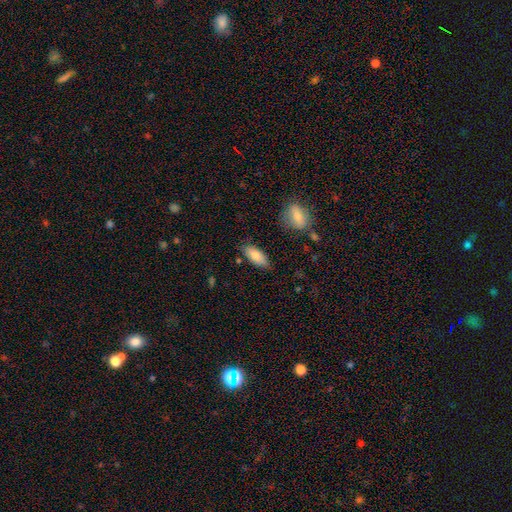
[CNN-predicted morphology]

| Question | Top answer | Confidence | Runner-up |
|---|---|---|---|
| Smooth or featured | smooth | 83% | featured or disk (11%) |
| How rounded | in between | 83% | cigar-shaped (15%) |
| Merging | none | 79% | minor disturbance (15%) |